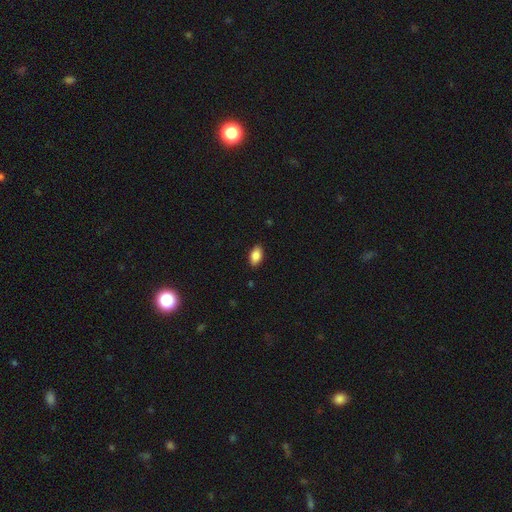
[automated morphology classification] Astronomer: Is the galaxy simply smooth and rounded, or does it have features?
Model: smooth — 87%.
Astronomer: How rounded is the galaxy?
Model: in between — 93%.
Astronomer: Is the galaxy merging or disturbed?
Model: none — 89%.